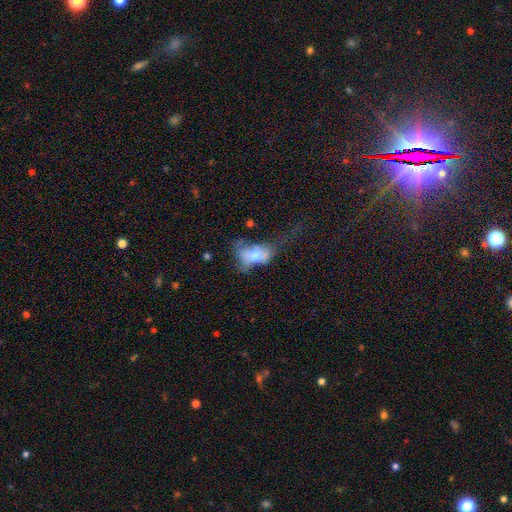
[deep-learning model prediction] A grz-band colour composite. It shows a smooth galaxy with no disk features (53%) that is in between round and cigar-shaped (84%). Merging: major disturbance (51%).